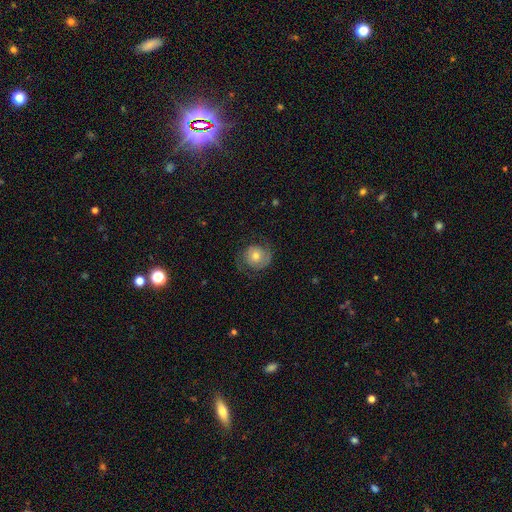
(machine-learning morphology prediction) Smooth or featured: featured or disk — 52% (smooth — 40%)
Edge-on disk: no — 97% (yes — 3%)
Bar: no — 79% (weak — 17%)
Spiral arms: yes — 80% (no — 20%)
Bulge size: moderate — 58% (small — 32%)
Merging: none — 67% (minor disturbance — 18%)